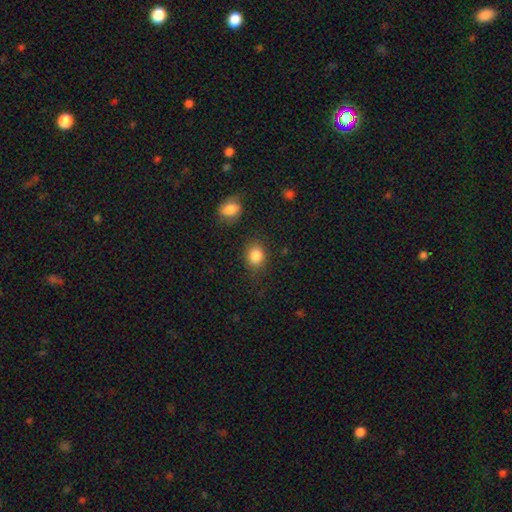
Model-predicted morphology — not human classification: This is clearly a smooth galaxy (86%). How rounded: possibly in between (50%). Merging: likely none (77%).